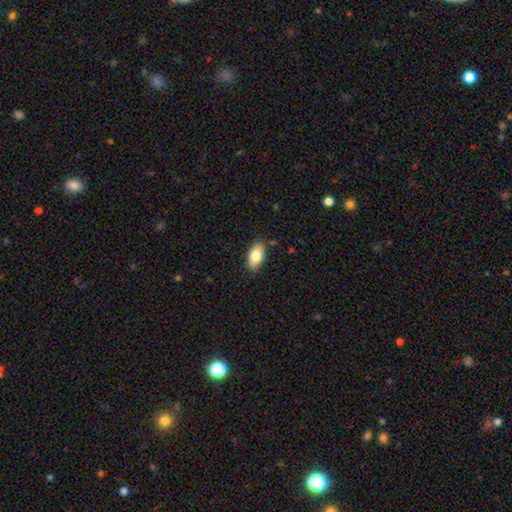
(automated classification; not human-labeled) The model was most divided on "smooth or featured": smooth: 82%, featured or disk: 11%, star or artifact: 7%. More confident: how rounded — in between (92%); merging — none (85%).